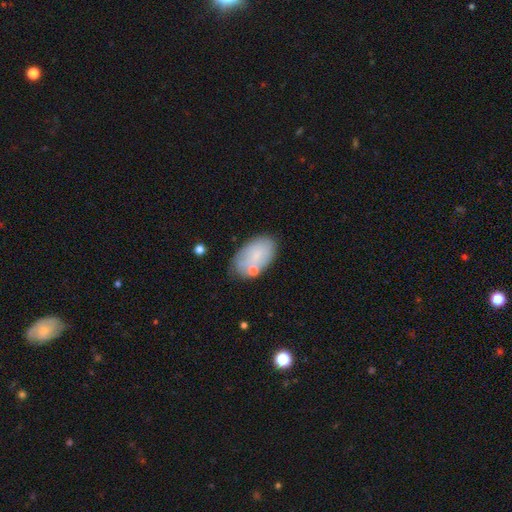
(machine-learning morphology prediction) This appears to be a smooth galaxy with no disk features (69%) that is in between round and cigar-shaped (93%). Merging: none (66%).